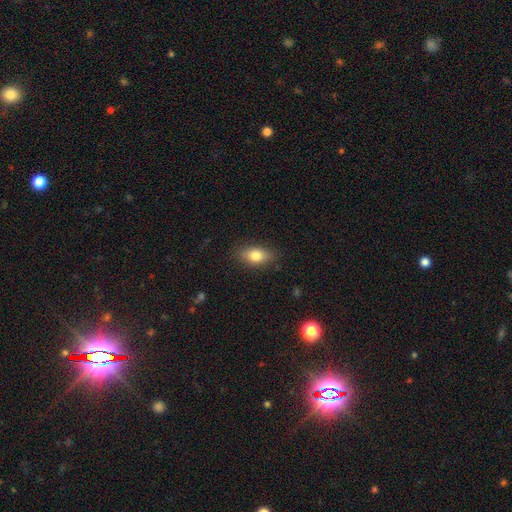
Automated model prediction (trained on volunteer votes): Smooth or featured: smooth — 80% (featured or disk — 12%)
How rounded: in between — 86% (round — 8%)
Merging: none — 84% (minor disturbance — 12%)